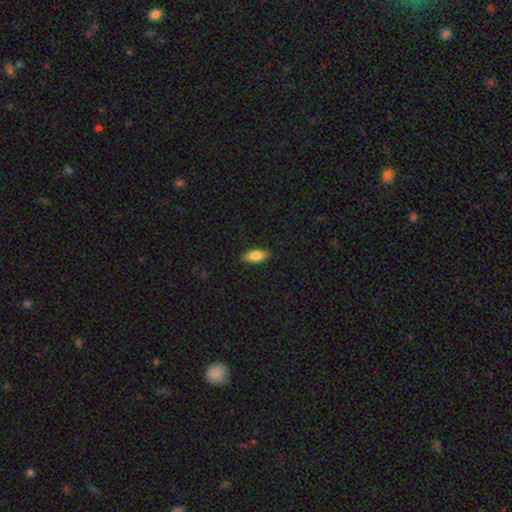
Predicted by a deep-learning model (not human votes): Smooth or featured? Predicted: smooth (p=0.85). How rounded? Predicted: in between (p=0.89). Merging? Predicted: none (p=0.89).